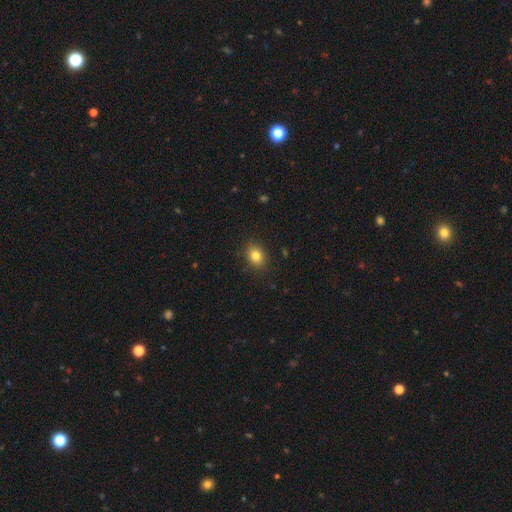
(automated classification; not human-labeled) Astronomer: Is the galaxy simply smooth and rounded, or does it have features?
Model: smooth — 83%.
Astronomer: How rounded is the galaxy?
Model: in between — 55% (runner-up: round, 44%).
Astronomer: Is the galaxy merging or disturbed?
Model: none — 88%.